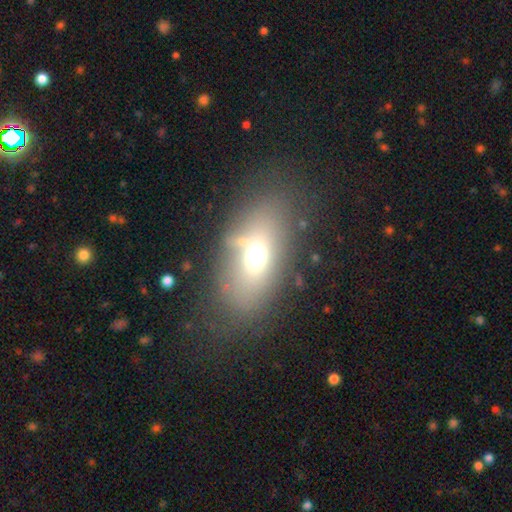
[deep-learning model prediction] Overall: smooth (59%; featured or disk 22%). How rounded: in between (77%). Merging: none (64%).